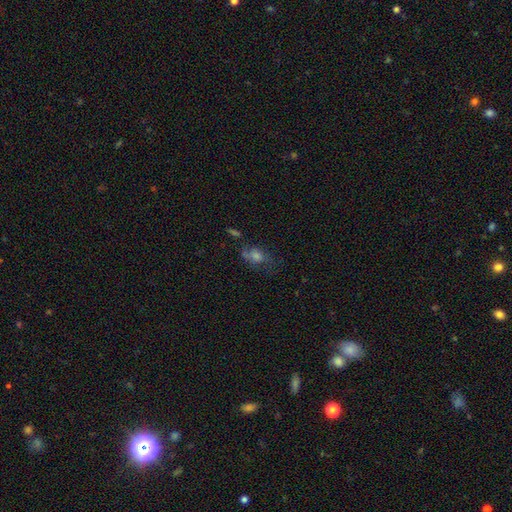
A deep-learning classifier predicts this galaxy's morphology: Smooth or featured? Predicted: smooth (p=0.40). Merging? Predicted: none (p=0.51).